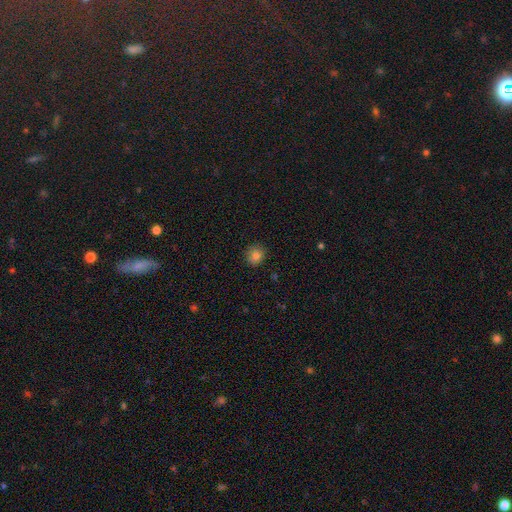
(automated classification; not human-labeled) The model was most divided on "how rounded": round: 83%, in between: 16%, cigar-shaped: 1%. More confident: merging — none (88%); smooth or featured — smooth (83%).